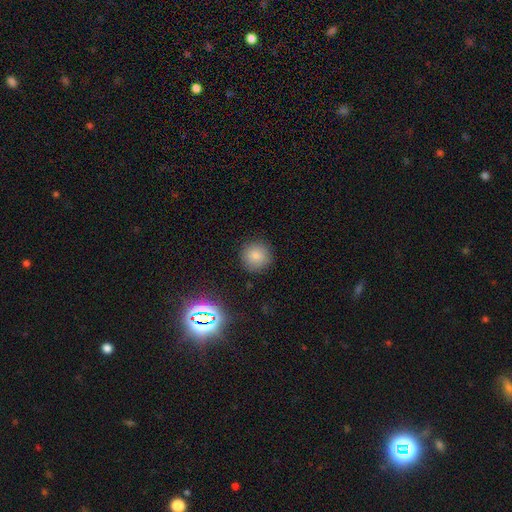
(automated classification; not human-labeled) smooth 82%, star or artifact 12%, featured or disk 6%. Down the decision tree: how rounded — round (94%); merging — none (89%).